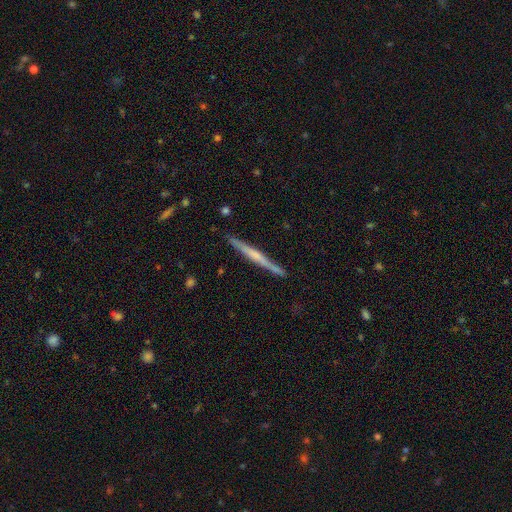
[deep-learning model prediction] This appears to be a featured or disk galaxy (66%) viewed edge-on (98%) with no central bulge (43%). Merging: none (89%).